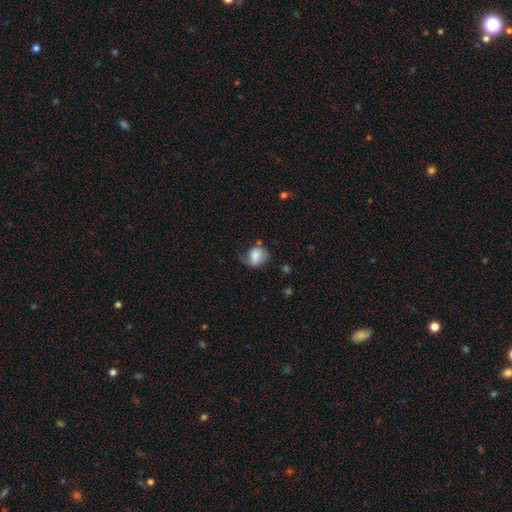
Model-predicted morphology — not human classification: smooth-or-featured: smooth: 73% | featured or disk: 19% | star or artifact: 8%
  how-rounded: round: 58% | in between: 41% | cigar-shaped: 1%
  merging: none: 42% | minor disturbance: 33% | major disturbance: 20% | merger: 4%